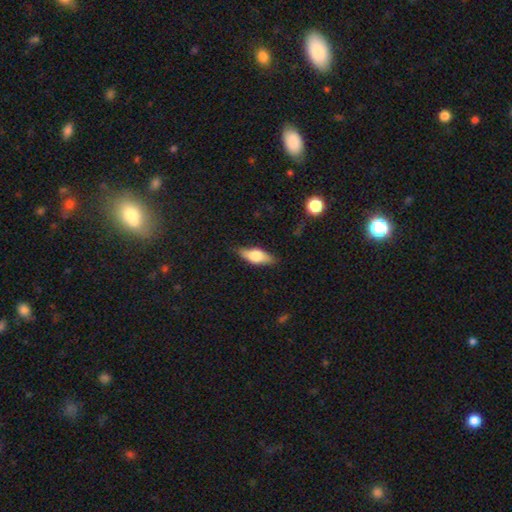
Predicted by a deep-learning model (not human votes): smooth 60%, featured or disk 34%, star or artifact 7%. Down the decision tree: how rounded — in between (70%); merging — none (83%).